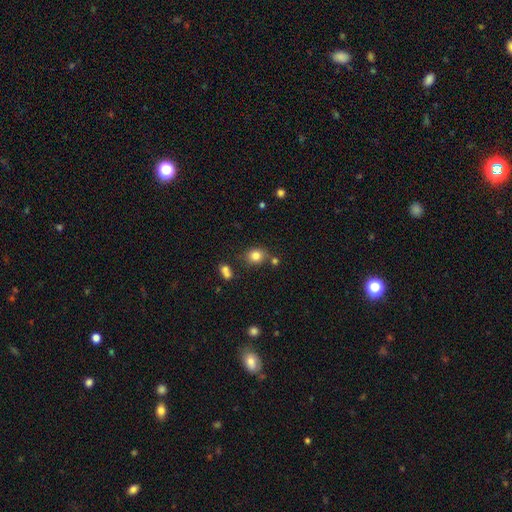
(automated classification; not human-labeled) Overall: smooth (82%). How rounded: round (63%; in between 36%). Merging: none (73%).